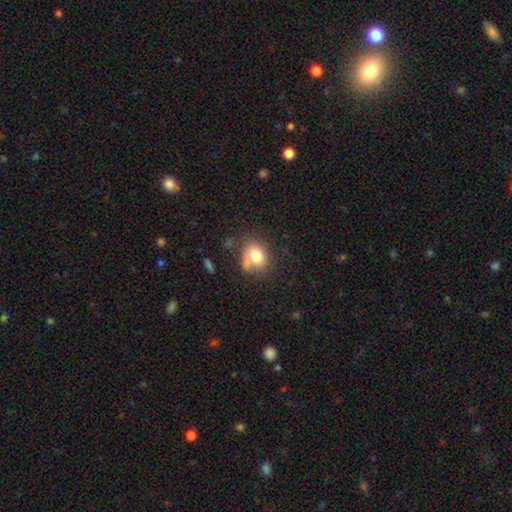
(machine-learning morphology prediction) smooth 76%, featured or disk 14%, star or artifact 10%. Down the decision tree: how rounded — in between (51%); merging — none (54%).